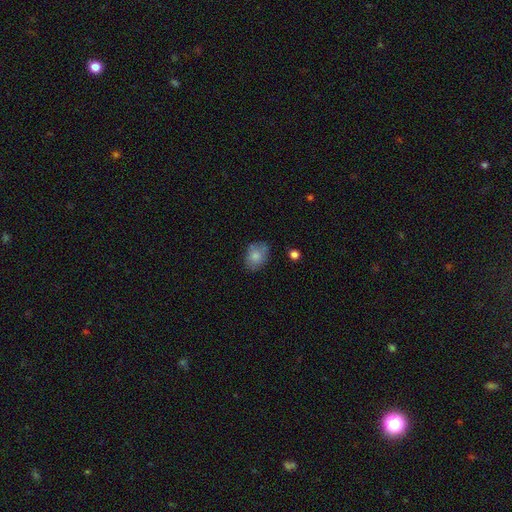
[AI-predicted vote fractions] Smooth or featured? smooth (81%)
How rounded? in between (67%)
Merging? none (69%)